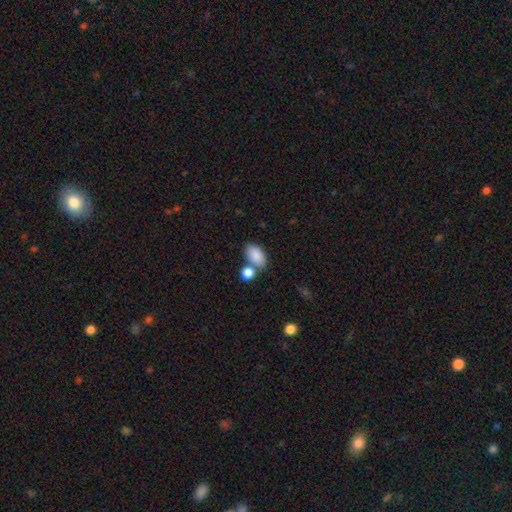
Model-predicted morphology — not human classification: This appears to be a smooth galaxy with no disk features (86%) that is in between round and cigar-shaped (92%). Merging: none (58%).